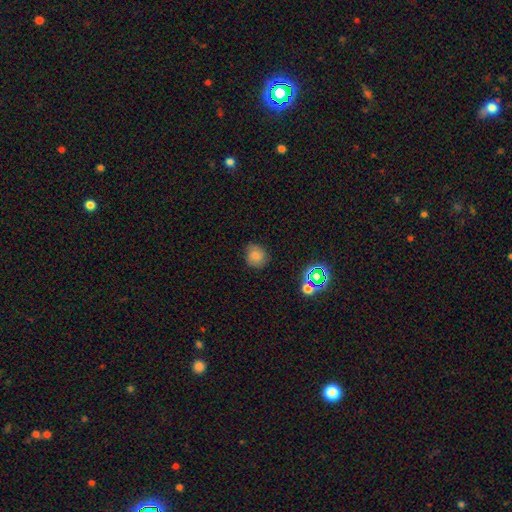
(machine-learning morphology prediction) type=smooth (76%); roundness=round (82%); merging=none (80%).